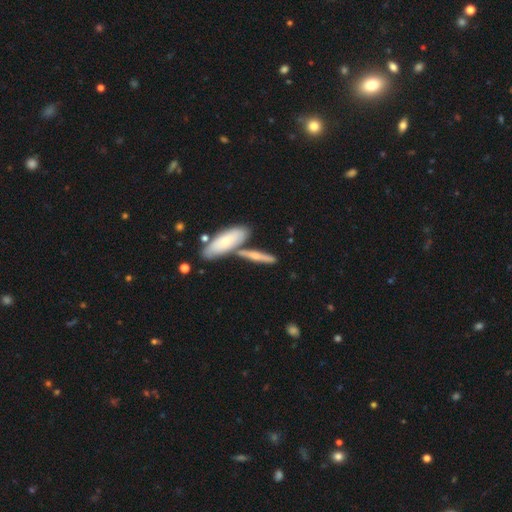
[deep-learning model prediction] Overall: smooth (53%; featured or disk 40%). How rounded: cigar-shaped (74%). Merging: none (63%).